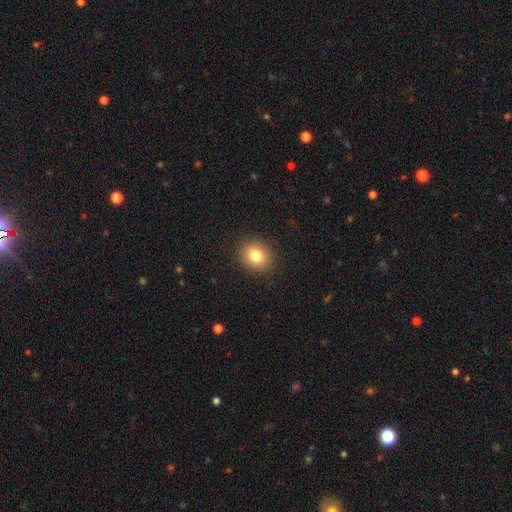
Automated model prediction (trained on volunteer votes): Morphology: type=smooth (81%); roundness=round (59%); merging=none (90%).